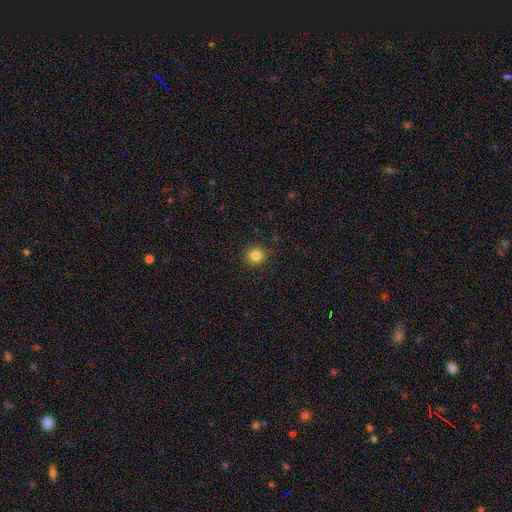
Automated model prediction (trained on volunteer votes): The model was most divided on "smooth or featured": smooth: 84%, star or artifact: 11%, featured or disk: 5%. More confident: how rounded — round (90%); merging — none (90%).